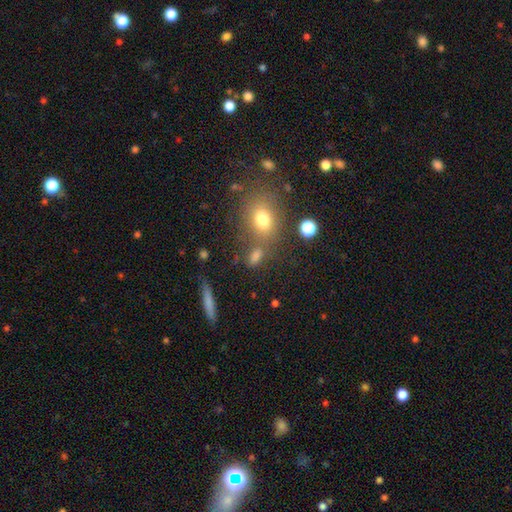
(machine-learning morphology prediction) Smooth or featured?
  - smooth: 71% *
  - star or artifact: 18%
  - featured or disk: 11%
How rounded?
  - in between: 61% *
  - round: 28%
  - cigar-shaped: 11%
Merging?
  - none: 65% *
  - merger: 17%
  - minor disturbance: 12%
  - major disturbance: 6%